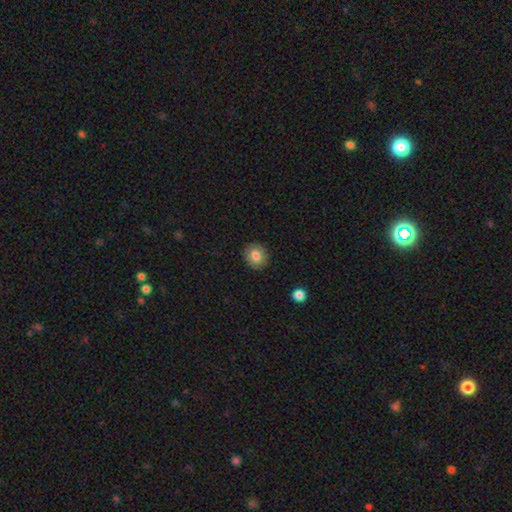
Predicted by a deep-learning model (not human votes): Morphology: type=smooth (80%); roundness=round (81%); merging=none (90%).